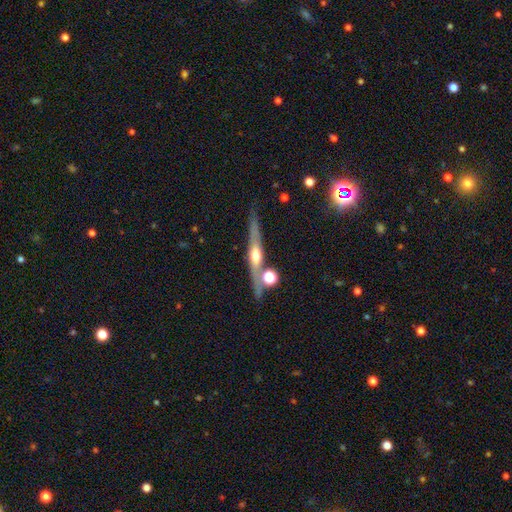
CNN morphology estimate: type=featured or disk (69%); edge-on=yes (93%); edge-on bulge=rounded (87%); merging=none (72%).